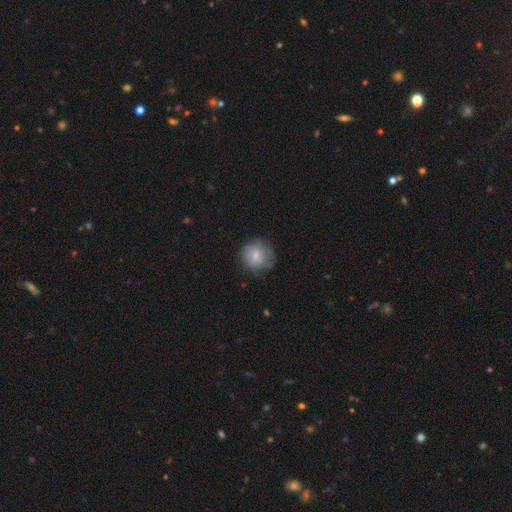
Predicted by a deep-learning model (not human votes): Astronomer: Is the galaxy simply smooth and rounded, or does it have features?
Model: smooth — 78%.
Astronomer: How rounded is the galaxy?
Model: round — 91%.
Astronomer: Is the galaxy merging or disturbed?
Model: none — 73%.